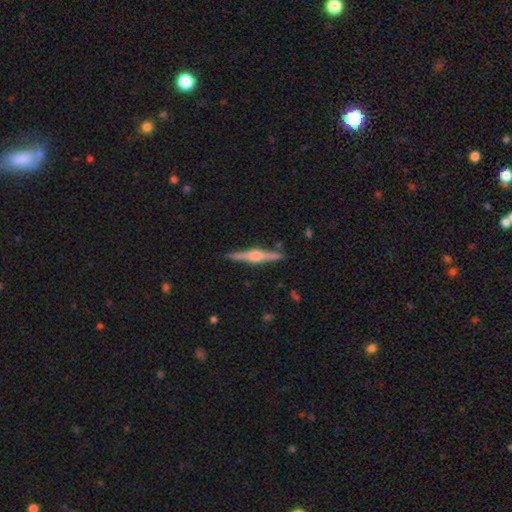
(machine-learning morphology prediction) This is clearly a featured or disk galaxy (80%). It is clearly viewed edge-on (98%). Edge-on bulge: clearly rounded (91%). Merging: clearly none (89%).